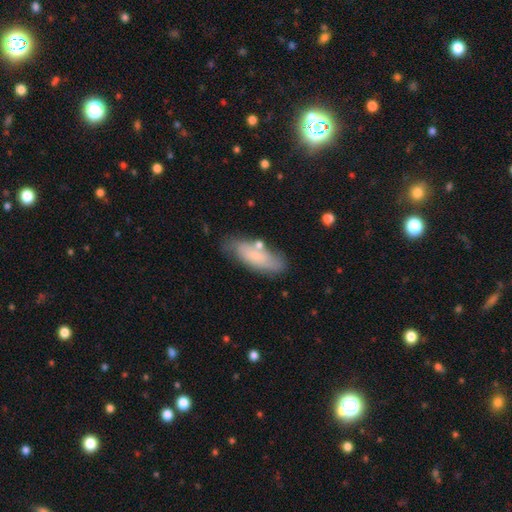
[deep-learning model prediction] Smooth or featured? Predicted: smooth (p=0.67). How rounded? Predicted: in between (p=0.67). Merging? Predicted: none (p=0.70).